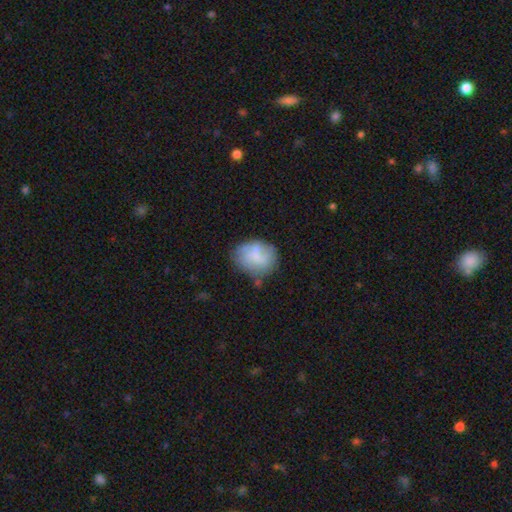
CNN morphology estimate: smooth_or_featured: smooth (p=0.61) [alt: featured or disk p=0.30]
how_rounded: in between (p=0.51) [alt: round p=0.48]
merging: none (p=0.49) [alt: minor disturbance p=0.28]